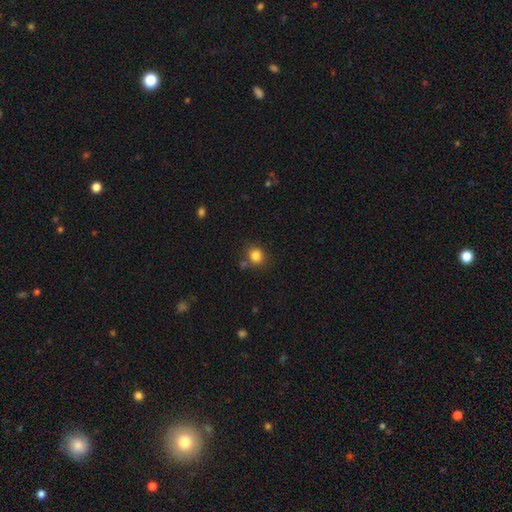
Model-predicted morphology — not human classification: Smooth or featured? smooth (83%)
How rounded? round (81%)
Merging? none (77%)